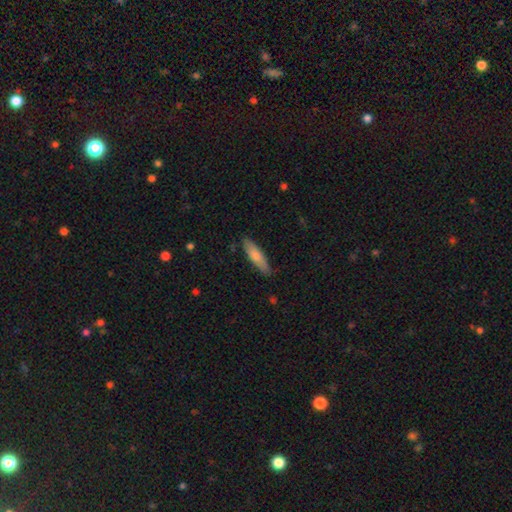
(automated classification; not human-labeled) Smooth or featured? Predicted: smooth (p=0.74). How rounded? Predicted: cigar-shaped (p=0.66). Merging? Predicted: none (p=0.84).